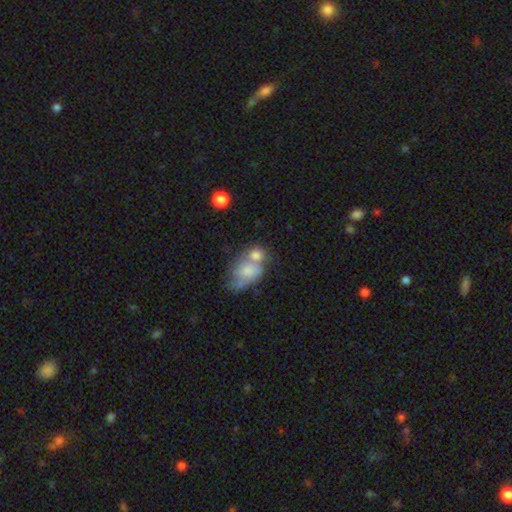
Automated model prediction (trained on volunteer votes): This appears to be a featured or disk galaxy (43%). Merging: none (45%).